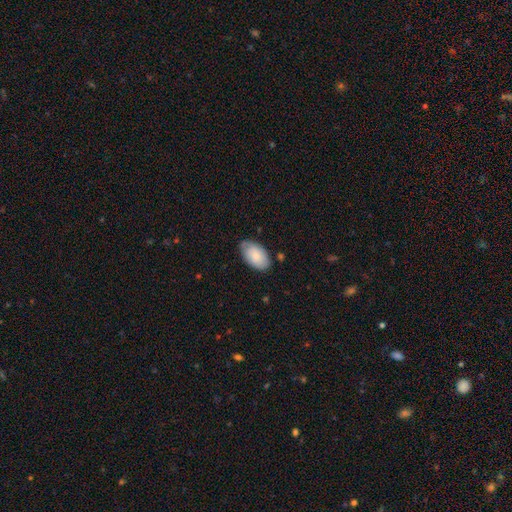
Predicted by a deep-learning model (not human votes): Smooth or featured? Predicted: smooth (p=0.81). How rounded? Predicted: in between (p=0.94). Merging? Predicted: none (p=0.70).